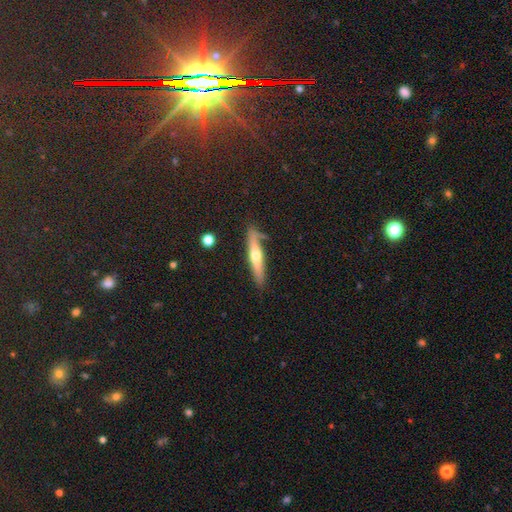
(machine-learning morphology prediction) Smooth or featured? Predicted: featured or disk (p=0.52). Edge-on disk? Predicted: yes (p=0.91). Merging? Predicted: none (p=0.76).